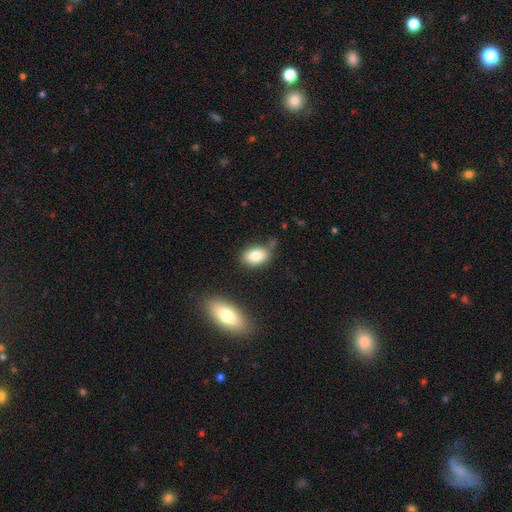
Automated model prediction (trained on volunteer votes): Q: Smooth or featured?
A: smooth (83%); runner-up: featured or disk (9%)
Q: How rounded?
A: in between (84%); runner-up: round (14%)
Q: Merging?
A: none (74%); runner-up: minor disturbance (15%)